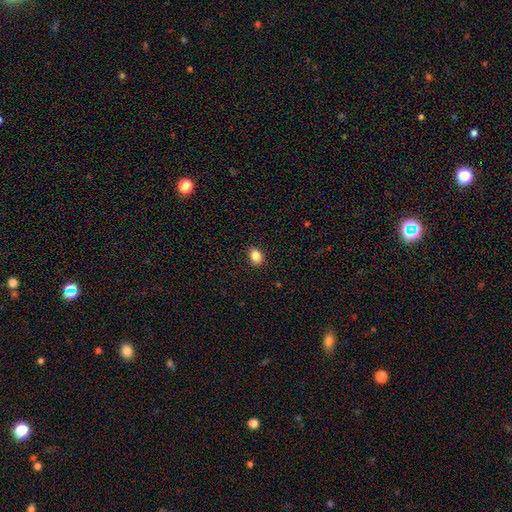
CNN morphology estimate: smooth_or_featured: smooth (p=0.86) [alt: star or artifact p=0.10]
how_rounded: in between (p=0.56) [alt: round p=0.43]
merging: none (p=0.89) [alt: minor disturbance p=0.08]